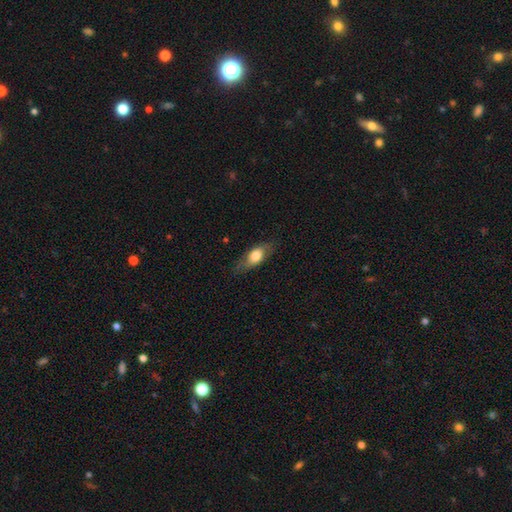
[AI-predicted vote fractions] Q: Smooth or featured?
A: smooth (66%); runner-up: featured or disk (27%)
Q: How rounded?
A: in between (77%); runner-up: cigar-shaped (17%)
Q: Merging?
A: none (76%); runner-up: minor disturbance (18%)